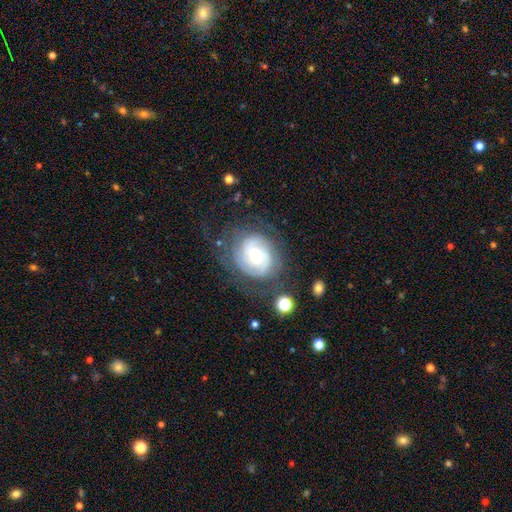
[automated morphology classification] featured or disk 80%, smooth 14%, star or artifact 6%. Down the decision tree: edge-on disk — no (98%); bar — weak (48%); spiral arms — yes (91%); spiral arm count — 2 (51%); spiral winding — tight (61%); bulge size — moderate (70%); merging — none (67%).